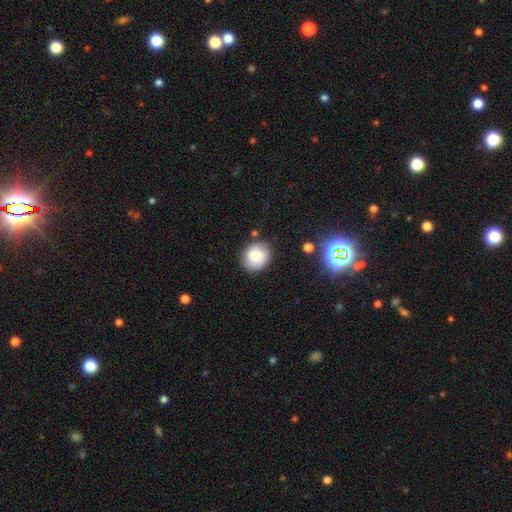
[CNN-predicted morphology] The model was most divided on "how rounded": round: 71%, in between: 29%, cigar-shaped: 1%. More confident: merging — none (81%); smooth or featured — smooth (76%).